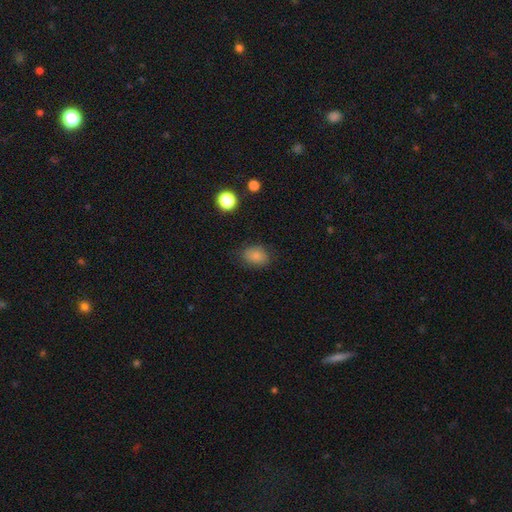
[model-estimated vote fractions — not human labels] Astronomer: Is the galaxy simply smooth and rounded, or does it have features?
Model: smooth — 83%.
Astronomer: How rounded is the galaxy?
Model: in between — 69%.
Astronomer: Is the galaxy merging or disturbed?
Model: none — 80%.